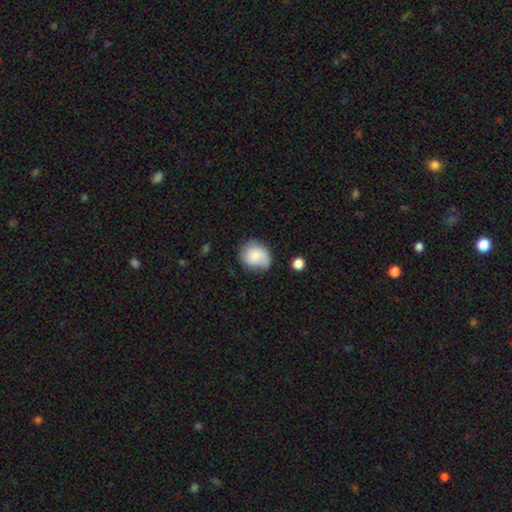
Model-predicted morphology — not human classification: Smooth or featured: smooth — 73% (featured or disk — 19%)
How rounded: round — 65% (in between — 34%)
Merging: none — 61% (minor disturbance — 27%)